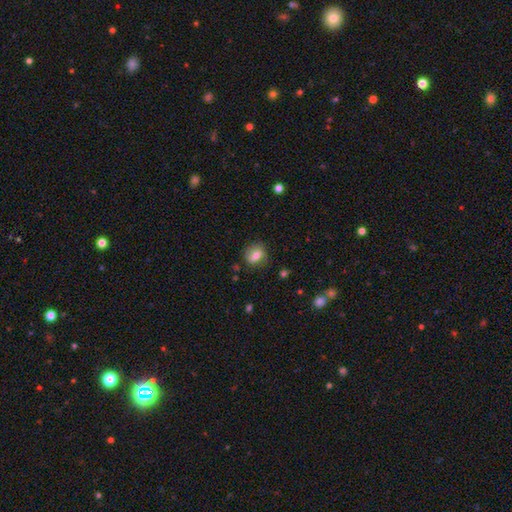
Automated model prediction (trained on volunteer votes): A smooth galaxy with no disk features (70%) that is round (51%).

Vote fractions:
- Smooth or featured? smooth: 70% / featured or disk: 21% / star or artifact: 9%
- How rounded? round: 51% / in between: 47% / cigar-shaped: 2%
- Merging? none: 76% / minor disturbance: 17% / major disturbance: 5% / merger: 2%